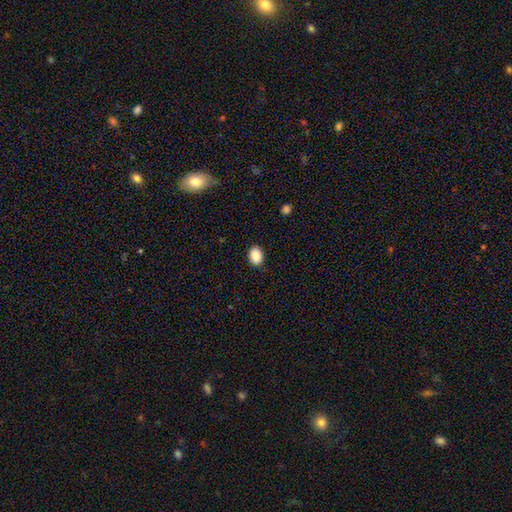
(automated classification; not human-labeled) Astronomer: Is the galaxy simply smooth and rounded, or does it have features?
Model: smooth — 89%.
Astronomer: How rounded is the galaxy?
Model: in between — 71%.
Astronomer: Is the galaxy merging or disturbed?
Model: none — 89%.